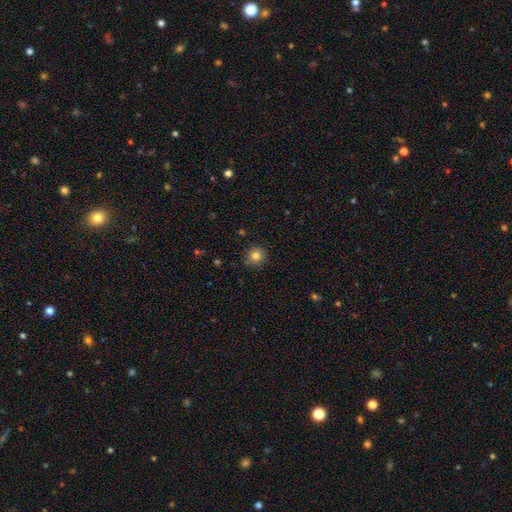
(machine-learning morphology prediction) Smooth or featured? smooth (81%)
How rounded? round (93%)
Merging? none (88%)